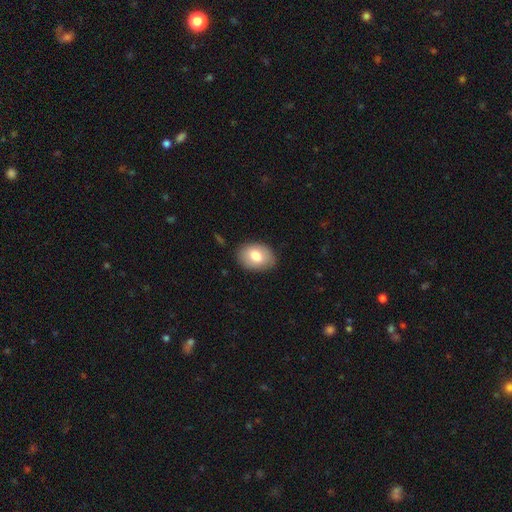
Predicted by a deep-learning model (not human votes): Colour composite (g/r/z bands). It shows a smooth galaxy with no disk features (77%) that is in between round and cigar-shaped (79%). Merging: none (85%).